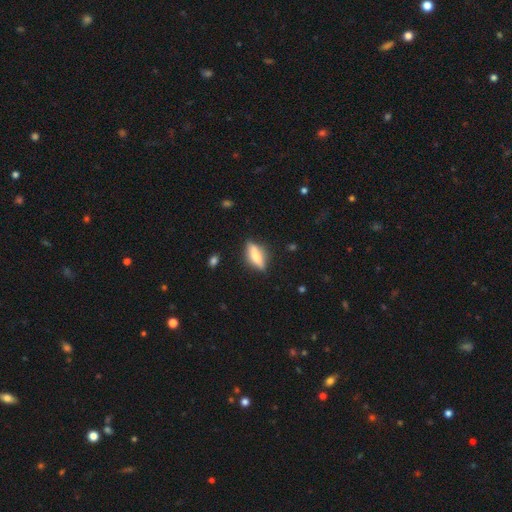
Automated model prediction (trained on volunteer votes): Smooth or featured: smooth — 50% (featured or disk — 43%)
Merging: none — 82% (minor disturbance — 13%)